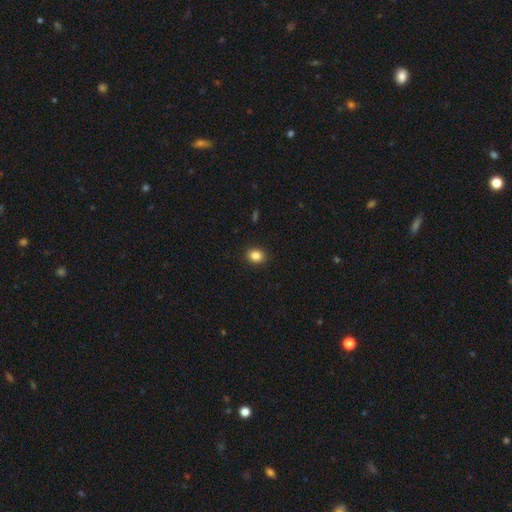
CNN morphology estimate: smooth_or_featured: smooth (p=0.85) [alt: star or artifact p=0.10]
how_rounded: round (p=0.63) [alt: in between p=0.37]
merging: none (p=0.91) [alt: minor disturbance p=0.06]